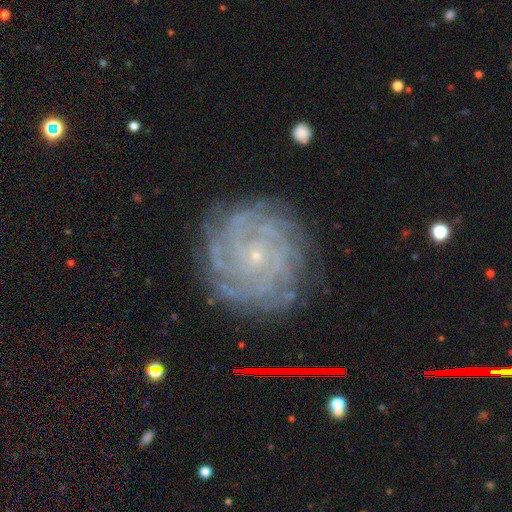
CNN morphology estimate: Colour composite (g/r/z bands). It shows a featured or disk galaxy (84%) with no bar (82%), can't tell (25%, tied with more than 4) tight (82%) spiral arms (96%) and a small central bulge (89%). Merging: none (83%).